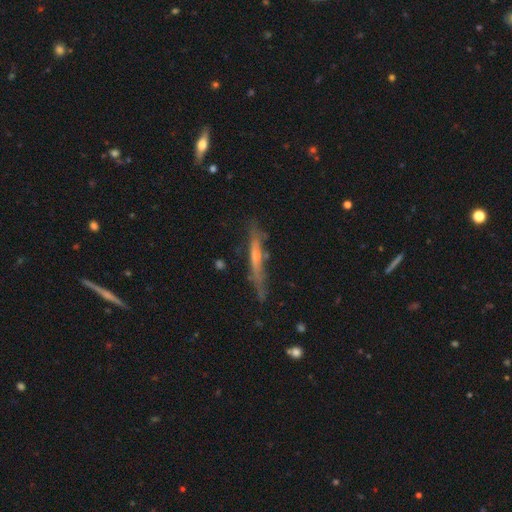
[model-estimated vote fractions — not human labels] A featured or disk galaxy (59%) viewed edge-on (86%) with no central bulge (48%). Merging: none (66%).